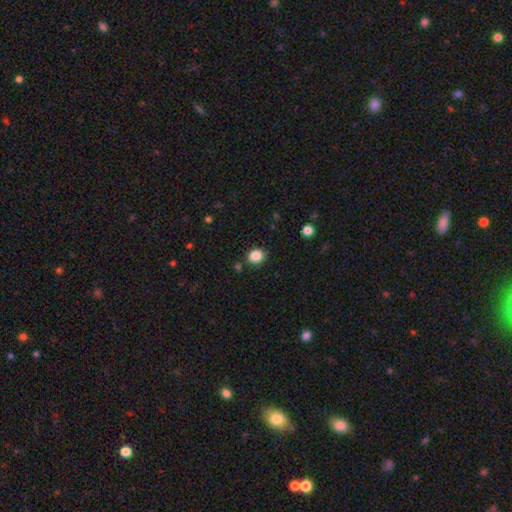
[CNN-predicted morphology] Q: Smooth or featured?
A: smooth (85%); runner-up: star or artifact (10%)
Q: How rounded?
A: round (65%); runner-up: in between (34%)
Q: Merging?
A: none (85%); runner-up: minor disturbance (9%)